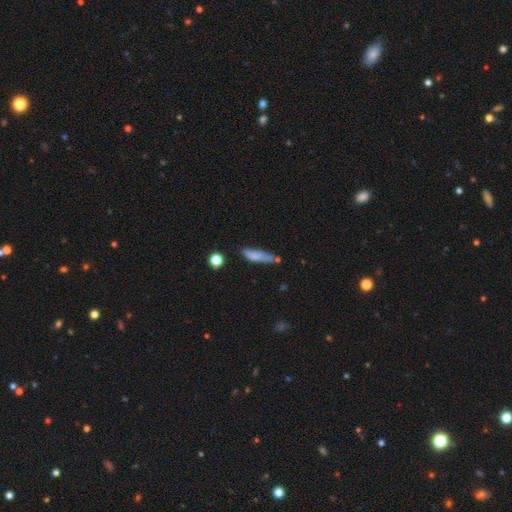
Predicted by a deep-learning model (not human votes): A smooth galaxy with no disk features (75%) that is cigar-shaped (69%).

Vote fractions:
- Smooth or featured? smooth: 75% / featured or disk: 17% / star or artifact: 8%
- How rounded? cigar-shaped: 69% / in between: 28% / round: 2%
- Merging? none: 52% / minor disturbance: 29% / merger: 10% / major disturbance: 9%